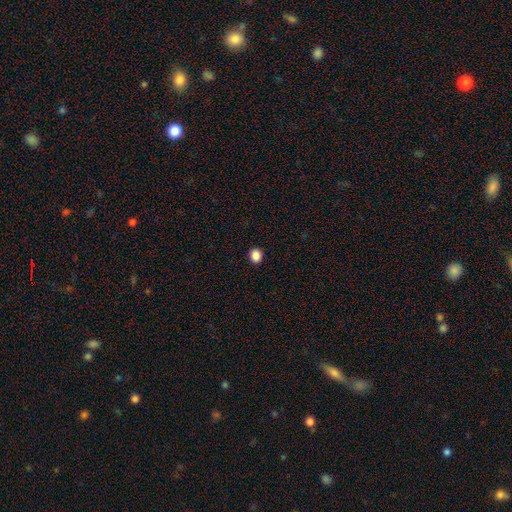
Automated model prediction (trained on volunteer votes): This appears to be a smooth galaxy with no disk features (87%) that is round (79%). Merging: none (93%).